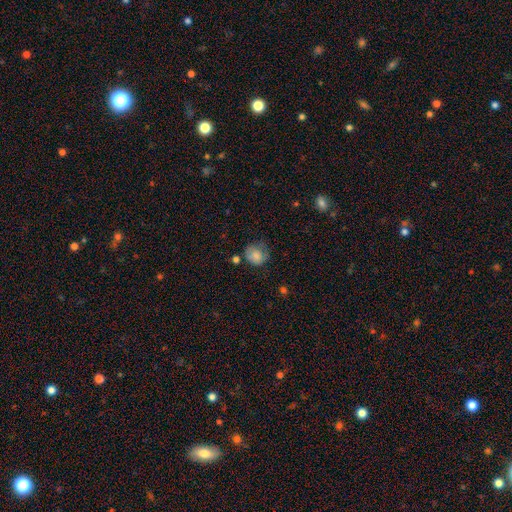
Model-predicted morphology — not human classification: A smooth galaxy with no disk features (78%) that is round (76%).

Vote fractions:
- Smooth or featured? smooth: 78% / featured or disk: 13% / star or artifact: 9%
- How rounded? round: 76% / in between: 23% / cigar-shaped: 1%
- Merging? none: 51% / minor disturbance: 31% / major disturbance: 14% / merger: 5%